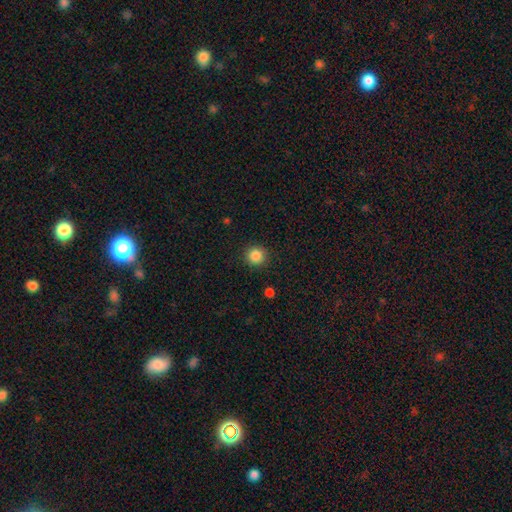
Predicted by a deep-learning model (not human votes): A smooth galaxy with no disk features (86%) that is round (94%).

Vote fractions:
- Smooth or featured? smooth: 86% / star or artifact: 10% / featured or disk: 4%
- How rounded? round: 94% / in between: 6% / cigar-shaped: 1%
- Merging? none: 91% / minor disturbance: 6% / major disturbance: 2% / merger: 1%